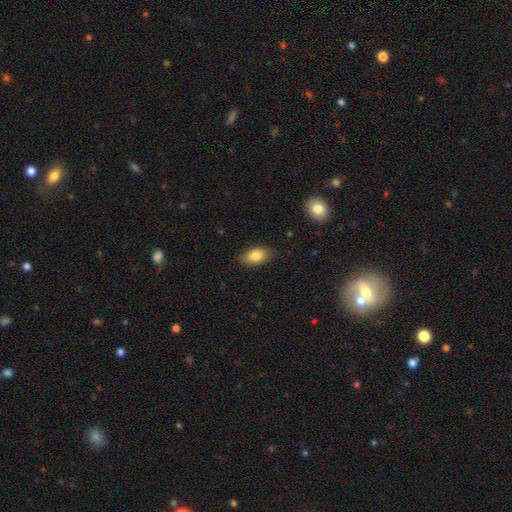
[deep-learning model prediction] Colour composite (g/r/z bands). It shows a smooth galaxy with no disk features (83%) that is in between round and cigar-shaped (90%). Merging: none (84%).